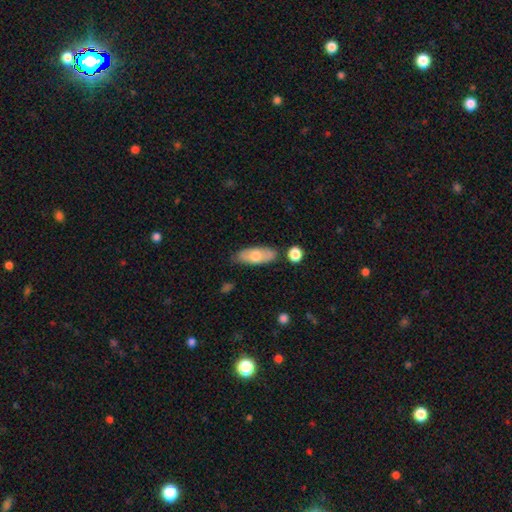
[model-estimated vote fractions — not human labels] Smooth or featured? Predicted: smooth (p=0.63). How rounded? Predicted: in between (p=0.79). Merging? Predicted: none (p=0.75).